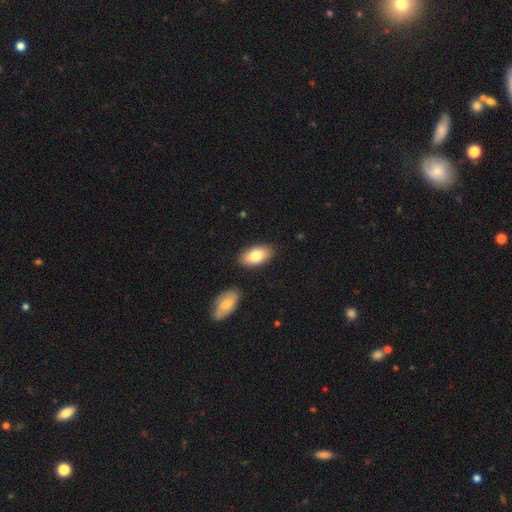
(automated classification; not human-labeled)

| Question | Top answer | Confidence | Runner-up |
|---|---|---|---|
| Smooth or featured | smooth | 79% | featured or disk (15%) |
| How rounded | in between | 93% | round (4%) |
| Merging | none | 85% | minor disturbance (9%) |